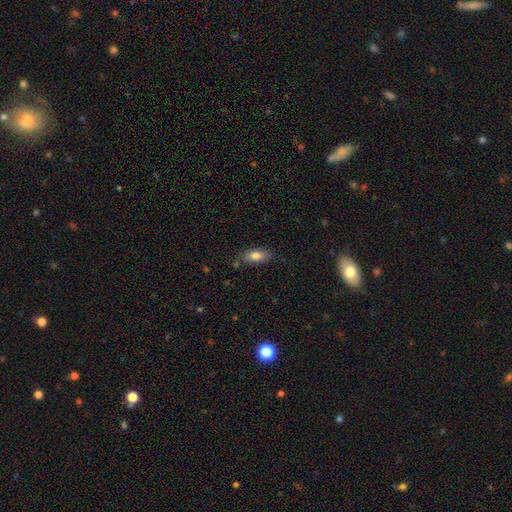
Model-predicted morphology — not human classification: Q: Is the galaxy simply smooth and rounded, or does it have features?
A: smooth — 80%.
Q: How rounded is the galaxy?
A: in between — 85%.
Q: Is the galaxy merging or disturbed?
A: none — 75%.